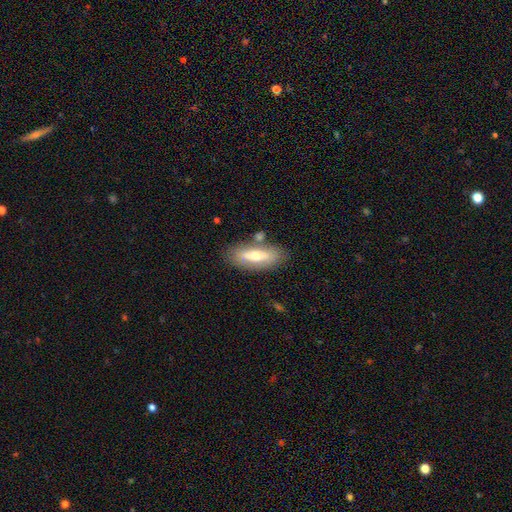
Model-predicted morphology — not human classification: smooth-or-featured: smooth: 50% | featured or disk: 43% | star or artifact: 7%
  merging: none: 76% | minor disturbance: 13% | merger: 7% | major disturbance: 4%